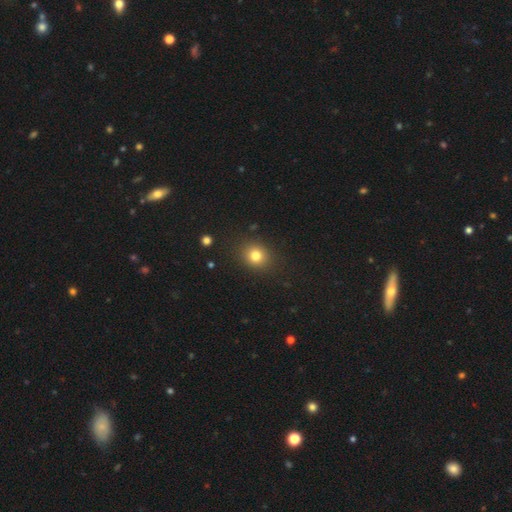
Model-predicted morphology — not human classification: This appears to be a smooth galaxy with no disk features (80%) that is round (74%). Merging: none (88%).